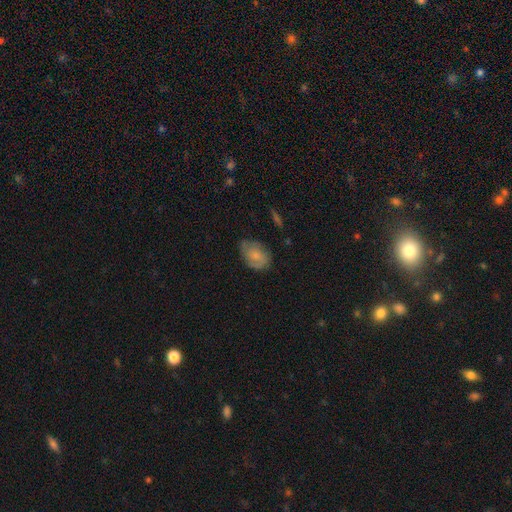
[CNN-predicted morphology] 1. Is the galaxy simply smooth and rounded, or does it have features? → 63% smooth, 29% featured or disk, 7% star or artifact.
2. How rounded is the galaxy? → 79% in between, 20% round, 2% cigar-shaped.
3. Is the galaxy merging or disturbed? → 60% none, 30% minor disturbance, 9% major disturbance, 2% merger.